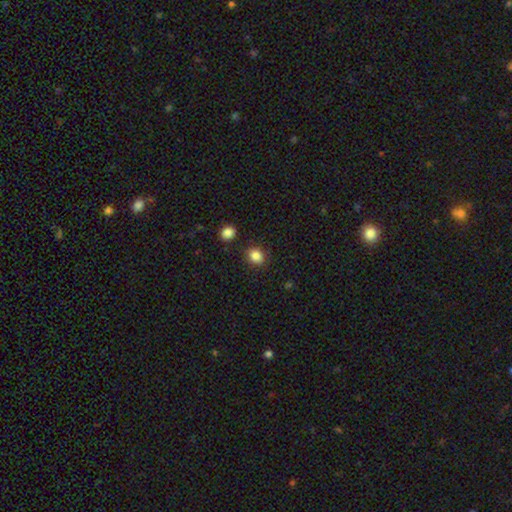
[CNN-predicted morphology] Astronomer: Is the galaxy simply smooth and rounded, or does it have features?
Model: smooth — 86%.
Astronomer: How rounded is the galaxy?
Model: round — 63%.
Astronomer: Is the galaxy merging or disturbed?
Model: none — 86%.